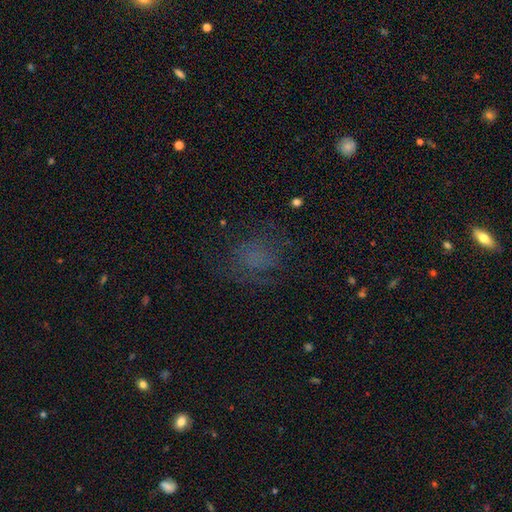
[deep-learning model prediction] smooth 53%, star or artifact 29%, featured or disk 19%. Down the decision tree: how rounded — round (62%); merging — none (64%).